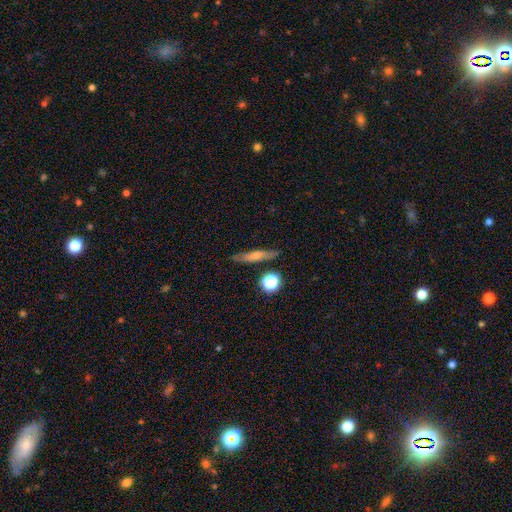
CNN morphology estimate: Smooth or featured?
  - smooth: 53% *
  - featured or disk: 38%
  - star or artifact: 10%
How rounded?
  - cigar-shaped: 78% *
  - in between: 15%
  - round: 7%
Merging?
  - none: 81% *
  - minor disturbance: 12%
  - merger: 4%
  - major disturbance: 3%